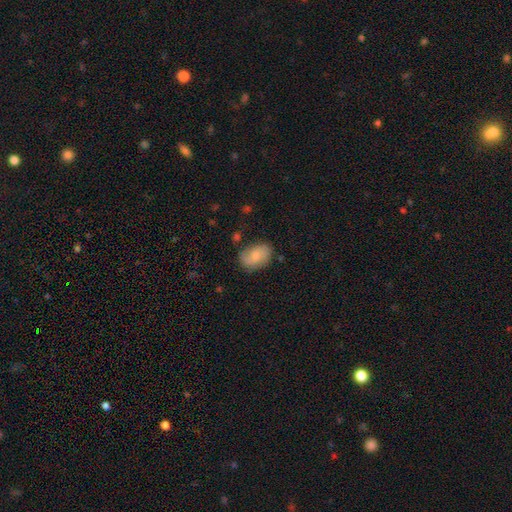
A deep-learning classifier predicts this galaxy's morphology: Smooth or featured? Predicted: smooth (p=0.52). How rounded? Predicted: in between (p=0.79). Merging? Predicted: none (p=0.69).